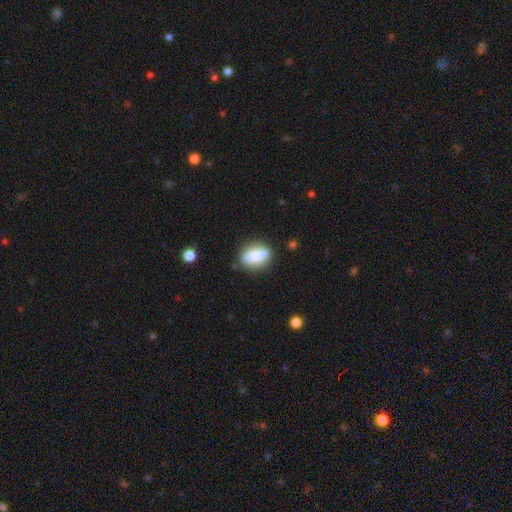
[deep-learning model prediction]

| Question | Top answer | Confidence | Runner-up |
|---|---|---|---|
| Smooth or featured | smooth | 70% | featured or disk (22%) |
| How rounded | in between | 64% | cigar-shaped (25%) |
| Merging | none | 81% | minor disturbance (13%) |